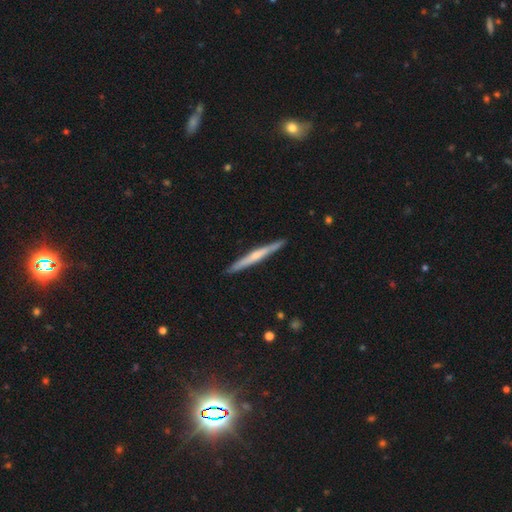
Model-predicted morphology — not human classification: Overall: featured or disk (58%; smooth 37%). Edge-on disk: yes (97%). Edge-on bulge: rounded (48%; none 43%). Merging: none (91%).